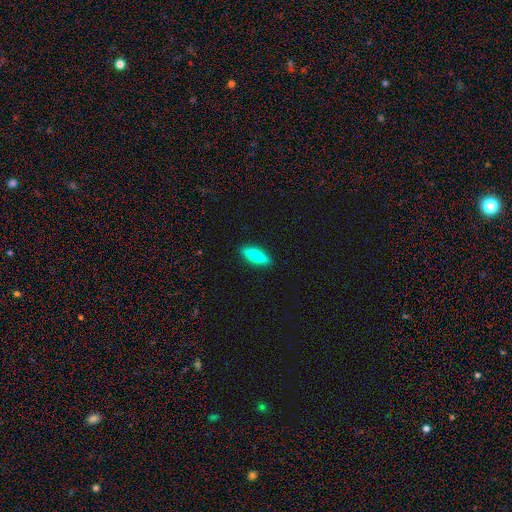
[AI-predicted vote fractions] Smooth or featured?
  - smooth: 74% *
  - featured or disk: 20%
  - star or artifact: 6%
How rounded?
  - cigar-shaped: 54% *
  - in between: 44%
  - round: 2%
Merging?
  - none: 90% *
  - minor disturbance: 7%
  - major disturbance: 2%
  - merger: 1%